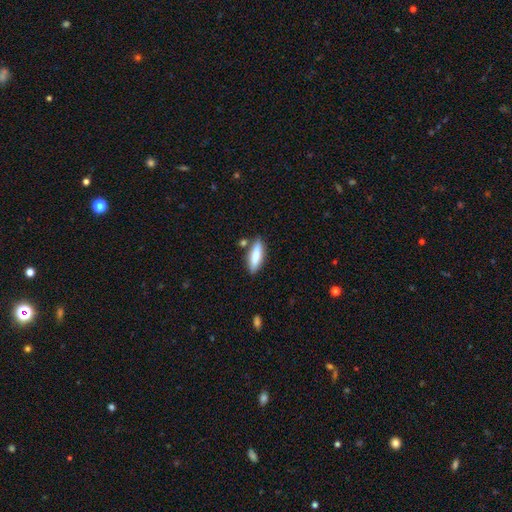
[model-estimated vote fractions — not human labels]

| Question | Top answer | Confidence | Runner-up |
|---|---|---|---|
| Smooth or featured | smooth | 75% | featured or disk (19%) |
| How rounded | cigar-shaped | 59% | in between (39%) |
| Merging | none | 79% | minor disturbance (12%) |